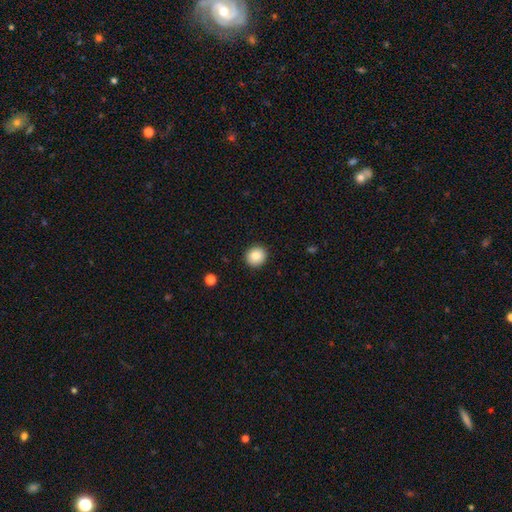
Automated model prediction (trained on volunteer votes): Smooth or featured?
  - smooth: 84% *
  - star or artifact: 9%
  - featured or disk: 8%
How rounded?
  - round: 89% *
  - in between: 10%
  - cigar-shaped: 1%
Merging?
  - none: 92% *
  - minor disturbance: 5%
  - major disturbance: 2%
  - merger: 1%